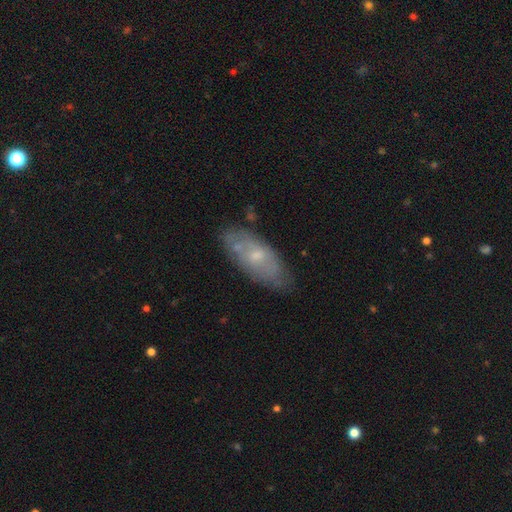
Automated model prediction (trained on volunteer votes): A featured or disk galaxy (46%, tied with smooth). Merging: none (71%).